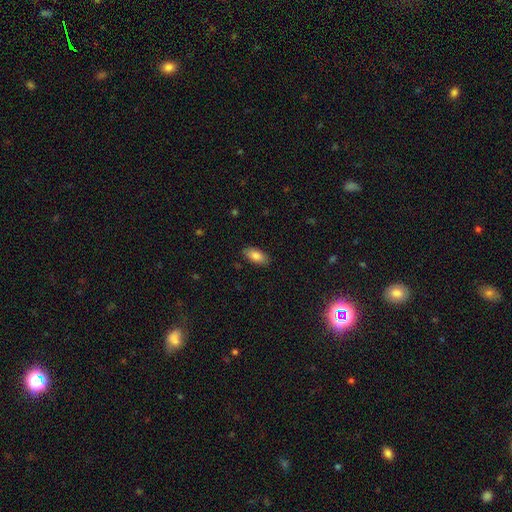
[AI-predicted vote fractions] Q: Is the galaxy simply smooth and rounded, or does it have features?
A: smooth — 84%.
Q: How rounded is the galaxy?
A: in between — 89%.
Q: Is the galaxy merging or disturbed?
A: none — 87%.